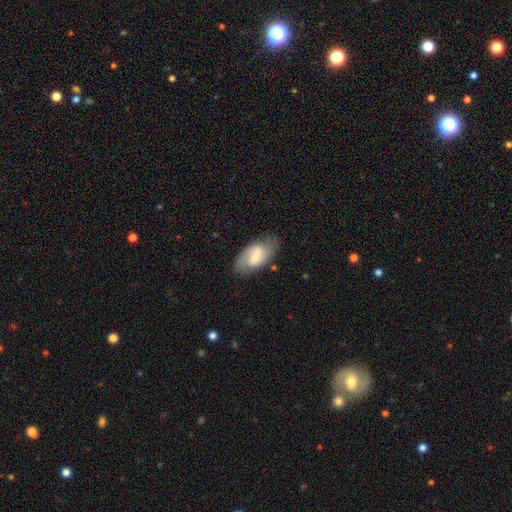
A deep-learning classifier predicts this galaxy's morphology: A featured or disk galaxy (54%) with a weak bar (53%), spiral arms (81%) and a small central bulge (49%). Merging: none (75%).